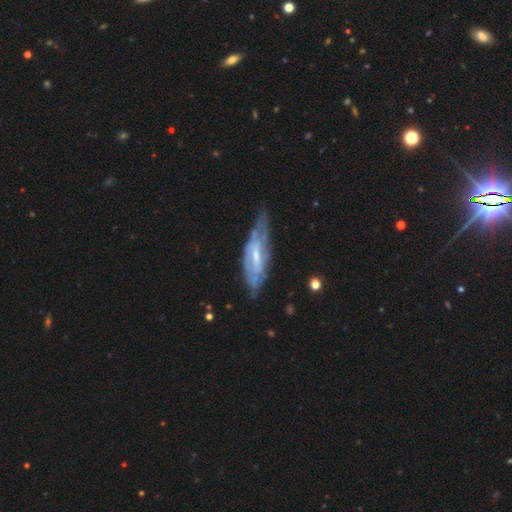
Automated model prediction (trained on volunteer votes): The model was most divided on "bulge size": small: 54%, moderate: 35%, none: 8%, large: 2%, dominant: 1%. Remaining: smooth or featured — featured or disk (78%); spiral arms — yes (77%); edge-on disk — no (75%); merging — none (59%); bar — weak (48%).